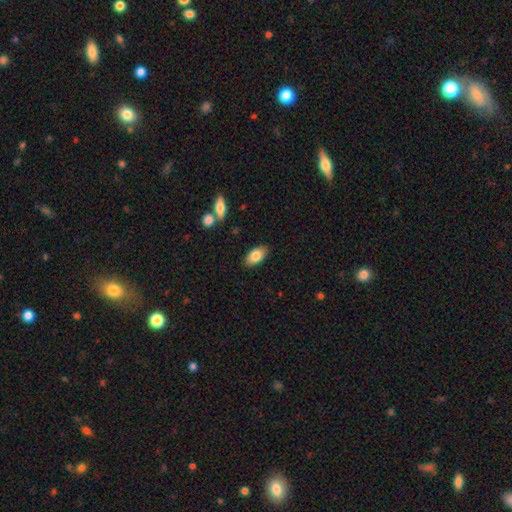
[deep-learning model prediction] This is clearly a smooth galaxy (81%). How rounded: clearly in between (93%). Merging: clearly none (87%).